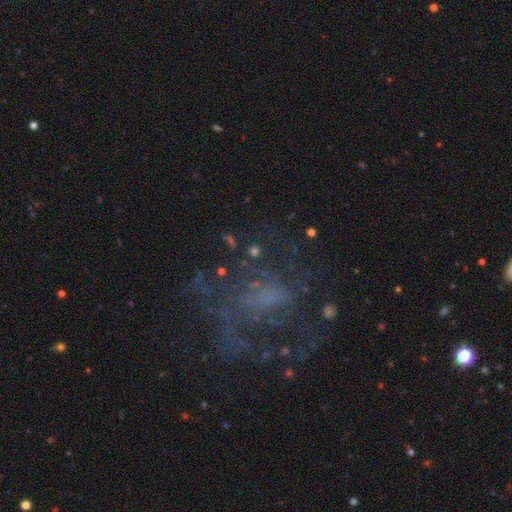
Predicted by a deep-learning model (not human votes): This is likely a featured or disk galaxy (64%). It is clearly not viewed edge-on (97%). Bar: likely no (67%). Spiral arm pattern: likely yes (62%). Central bulge: possibly none (53%). Merging: possibly none (53%).